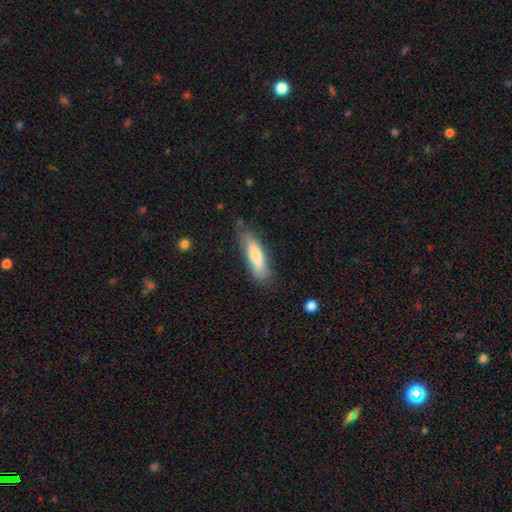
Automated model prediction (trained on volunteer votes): A smooth galaxy with no disk features (75%) that is cigar-shaped (64%).

Vote fractions:
- Smooth or featured? smooth: 75% / featured or disk: 18% / star or artifact: 6%
- How rounded? cigar-shaped: 64% / in between: 34% / round: 1%
- Merging? none: 74% / minor disturbance: 20% / major disturbance: 4% / merger: 2%